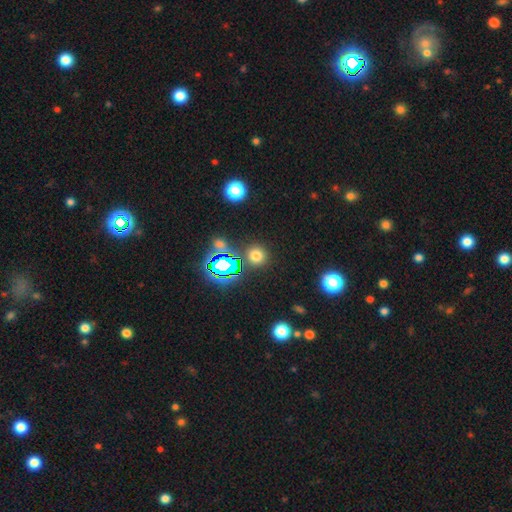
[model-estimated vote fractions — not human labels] smooth_or_featured: smooth (p=0.66) [alt: star or artifact p=0.28]
how_rounded: round (p=0.90) [alt: in between p=0.08]
merging: none (p=0.86) [alt: minor disturbance p=0.07]